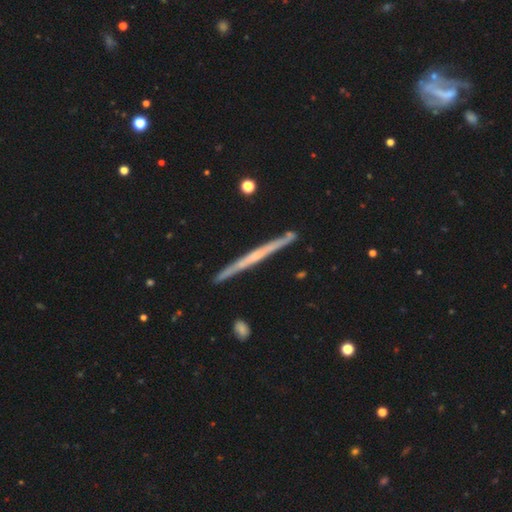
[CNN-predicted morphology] Smooth or featured: featured or disk — 69% (smooth — 25%)
Edge-on disk: yes — 98% (no — 2%)
Edge-on bulge: none — 69% (rounded — 24%)
Merging: none — 89% (minor disturbance — 8%)